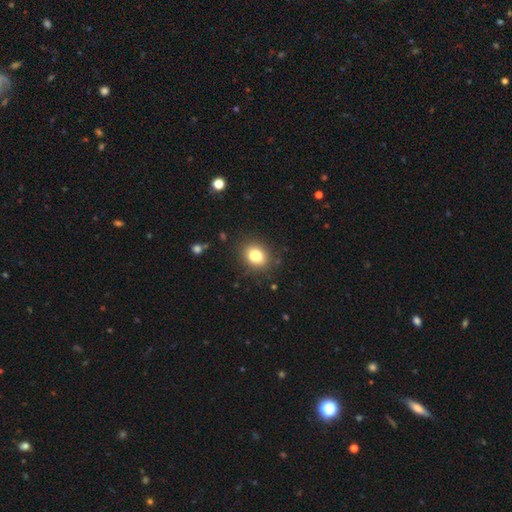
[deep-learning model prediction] Smooth or featured: smooth — 81% (star or artifact — 11%)
How rounded: round — 59% (in between — 40%)
Merging: none — 85% (minor disturbance — 10%)